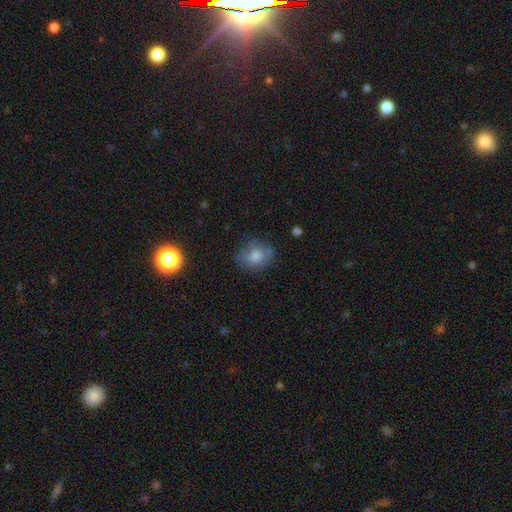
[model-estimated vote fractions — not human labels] Morphology: type=smooth (71%); roundness=round (57%); merging=none (71%).